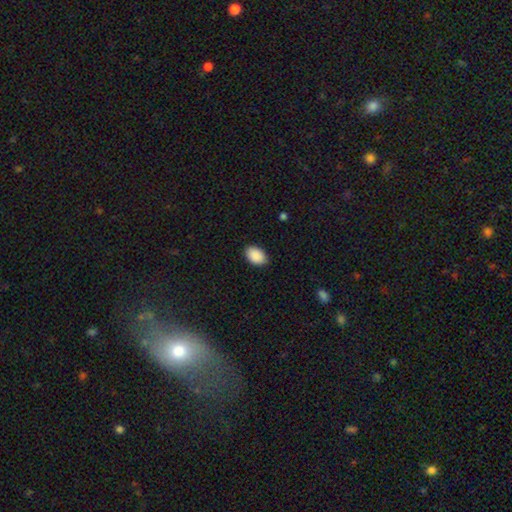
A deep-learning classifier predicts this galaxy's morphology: Q: Smooth or featured?
A: smooth (91%); runner-up: star or artifact (7%)
Q: How rounded?
A: in between (89%); runner-up: round (10%)
Q: Merging?
A: none (86%); runner-up: minor disturbance (11%)